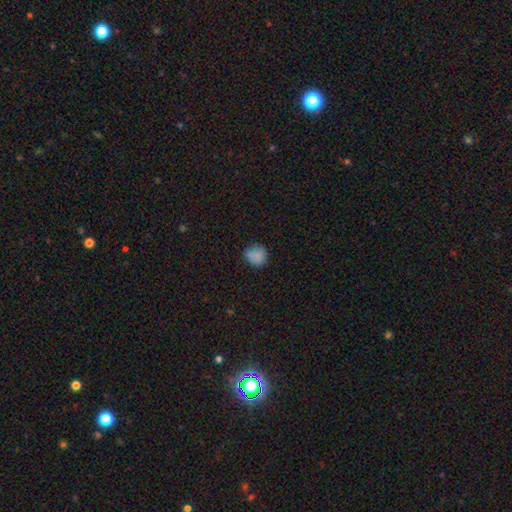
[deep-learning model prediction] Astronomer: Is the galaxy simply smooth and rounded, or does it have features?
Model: smooth — 81%.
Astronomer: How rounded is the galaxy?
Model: round — 79%.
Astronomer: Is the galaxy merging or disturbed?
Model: none — 64%.